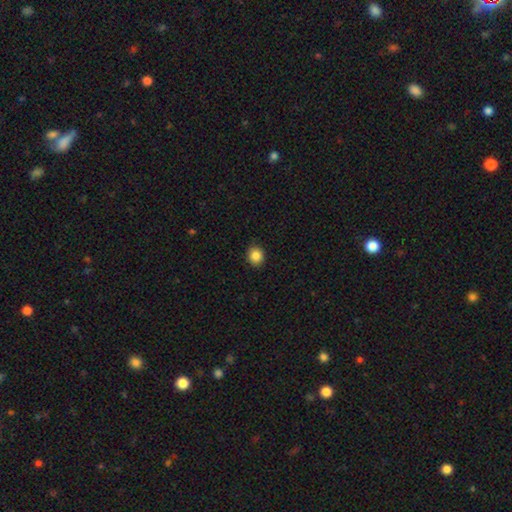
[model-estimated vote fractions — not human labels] A smooth galaxy with no disk features (86%) that is round (81%).

Vote fractions:
- Smooth or featured? smooth: 86% / star or artifact: 10% / featured or disk: 4%
- How rounded? round: 81% / in between: 18% / cigar-shaped: 1%
- Merging? none: 91% / minor disturbance: 7% / major disturbance: 2% / merger: 1%